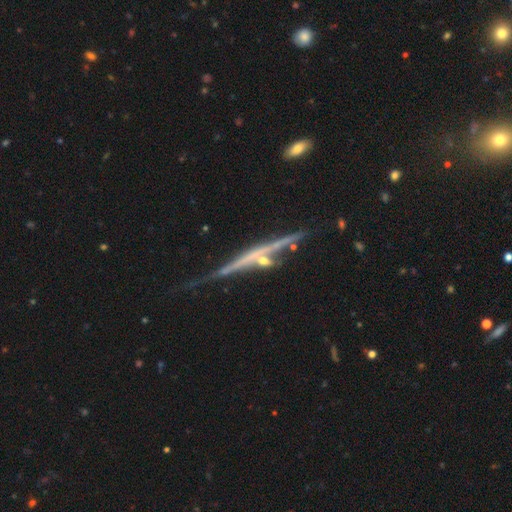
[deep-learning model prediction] Smooth or featured: featured or disk — 80% (smooth — 12%)
Edge-on disk: yes — 96% (no — 4%)
Edge-on bulge: rounded — 46% (none — 44%)
Merging: none — 64% (minor disturbance — 22%)